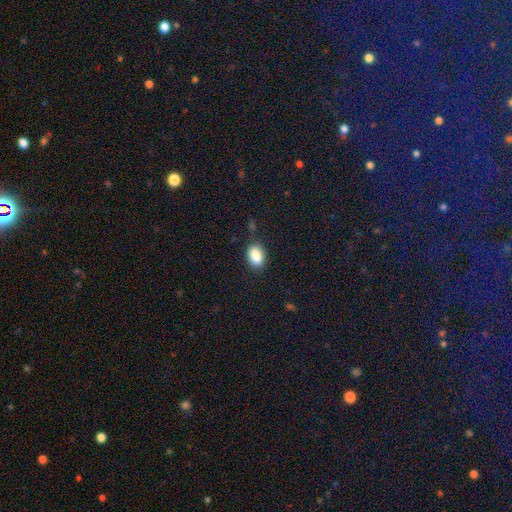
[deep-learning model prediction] smooth 88%, star or artifact 8%, featured or disk 4%. Down the decision tree: how rounded — in between (86%); merging — none (80%).